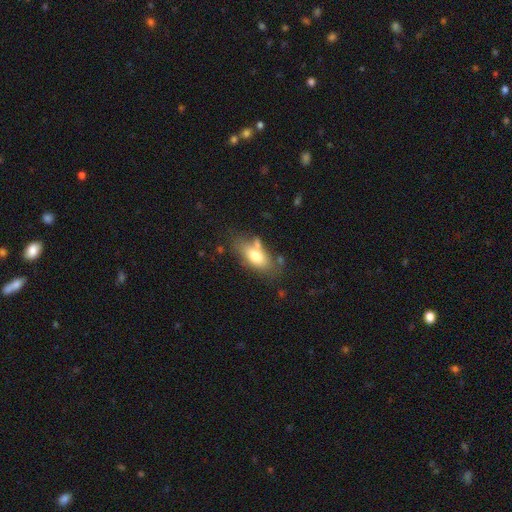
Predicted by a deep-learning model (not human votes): Smooth or featured?
  - smooth: 72% *
  - featured or disk: 20%
  - star or artifact: 8%
How rounded?
  - in between: 86% *
  - cigar-shaped: 9%
  - round: 5%
Merging?
  - none: 56% *
  - minor disturbance: 21%
  - merger: 14%
  - major disturbance: 8%